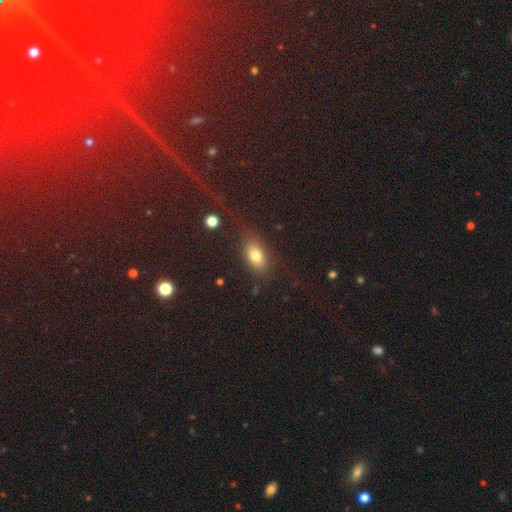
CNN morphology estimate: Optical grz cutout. It shows a smooth galaxy with no disk features (77%) that is in between round and cigar-shaped (82%). Merging: none (77%).